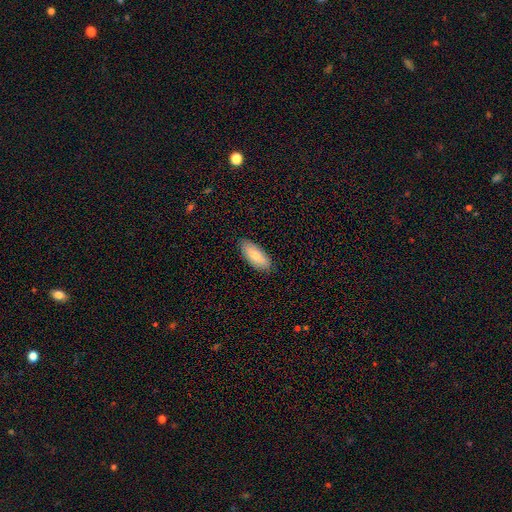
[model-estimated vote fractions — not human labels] smooth_or_featured: smooth (p=0.74) [alt: featured or disk p=0.20]
how_rounded: in between (p=0.81) [alt: cigar-shaped p=0.17]
merging: none (p=0.87) [alt: minor disturbance p=0.10]